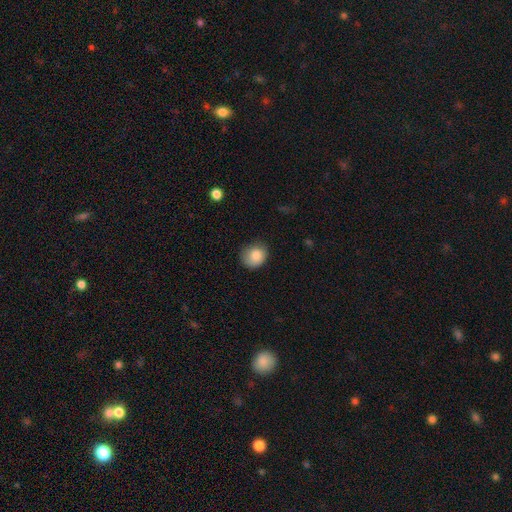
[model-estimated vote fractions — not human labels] smooth_or_featured: smooth (p=0.86) [alt: star or artifact p=0.08]
how_rounded: round (p=0.76) [alt: in between p=0.23]
merging: none (p=0.71) [alt: minor disturbance p=0.22]